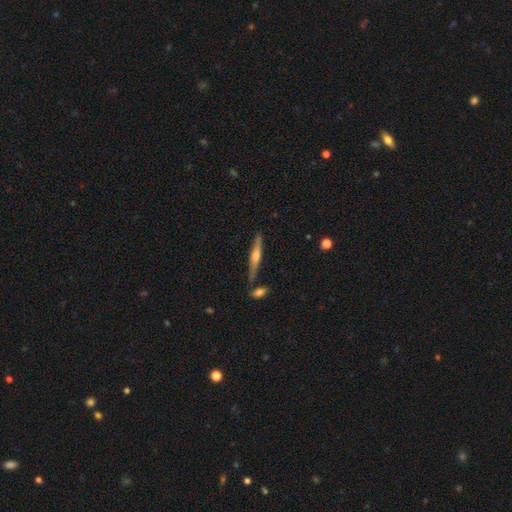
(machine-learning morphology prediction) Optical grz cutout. It shows a featured or disk galaxy (70%) viewed edge-on (97%) with a rounded central bulge (85%). Merging: none (84%).